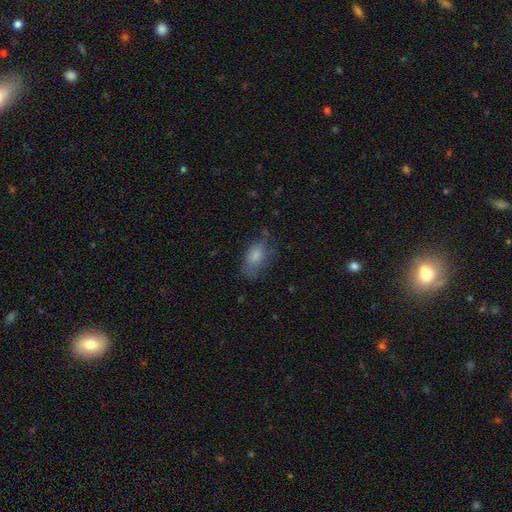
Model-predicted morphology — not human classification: Overall: smooth (74%). How rounded: in between (91%). Merging: none (53%; minor disturbance 29%).